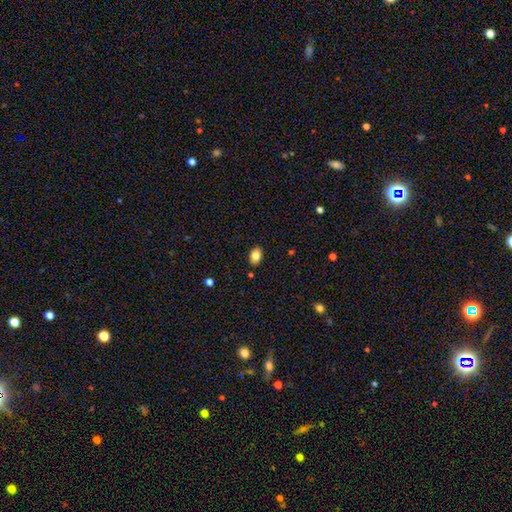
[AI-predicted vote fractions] Morphology: type=smooth (83%); roundness=in between (85%); merging=none (87%).